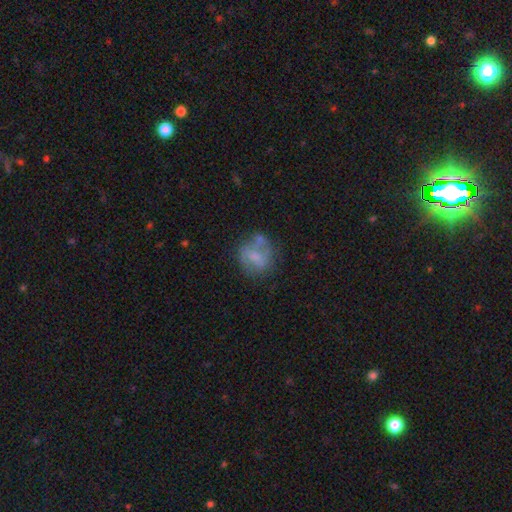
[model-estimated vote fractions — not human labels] This appears to be a smooth galaxy with no disk features (54%) that is round (70%). Merging: none (52%).